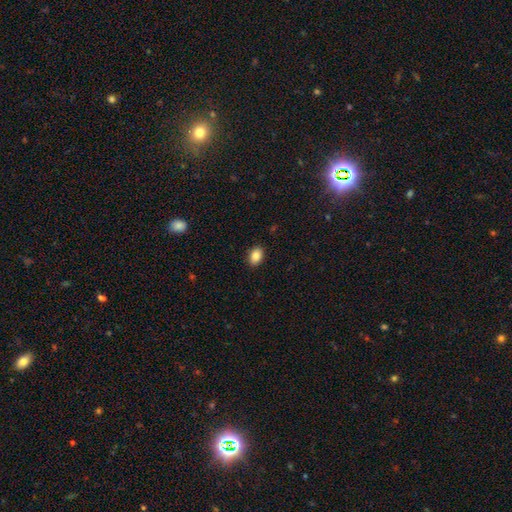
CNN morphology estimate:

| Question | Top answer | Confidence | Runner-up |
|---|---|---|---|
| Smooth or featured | smooth | 86% | star or artifact (8%) |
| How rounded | in between | 78% | round (20%) |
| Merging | none | 90% | minor disturbance (7%) |